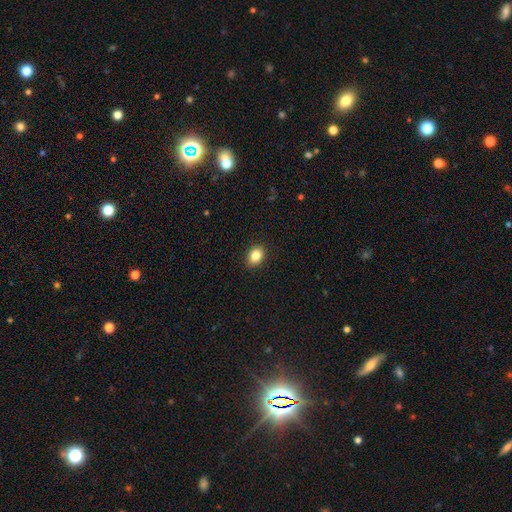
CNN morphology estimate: type=smooth (85%); roundness=in between (73%); merging=none (89%).